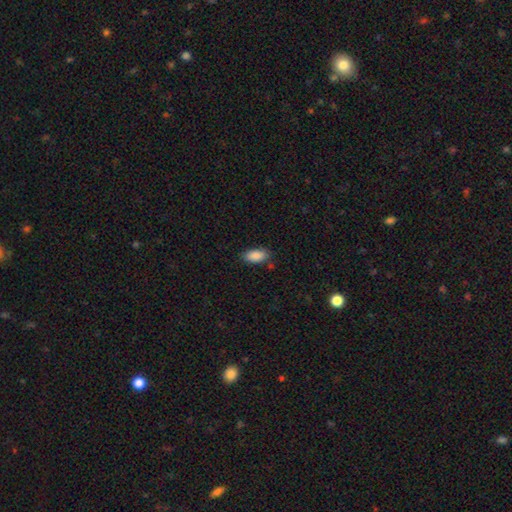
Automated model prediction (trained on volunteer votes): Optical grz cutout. It shows a smooth galaxy with no disk features (89%) that is in between round and cigar-shaped (92%). Merging: none (81%).